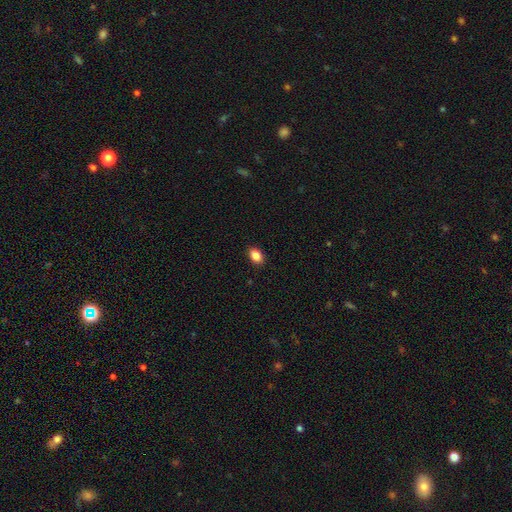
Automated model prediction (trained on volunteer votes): smooth 87%, star or artifact 9%, featured or disk 4%. Down the decision tree: how rounded — in between (84%); merging — none (90%).